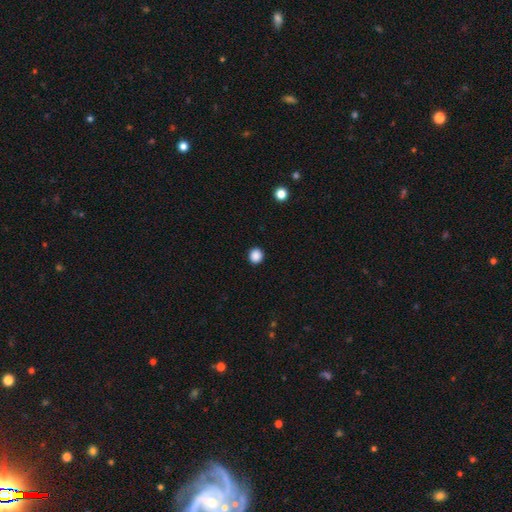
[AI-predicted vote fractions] Smooth or featured? smooth (88%)
How rounded? round (88%)
Merging? none (93%)